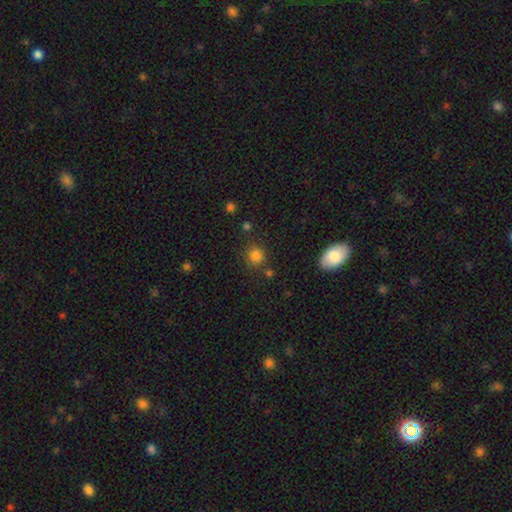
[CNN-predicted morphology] Smooth or featured: smooth — 81% (star or artifact — 14%)
How rounded: round — 88% (in between — 11%)
Merging: none — 78% (minor disturbance — 11%)